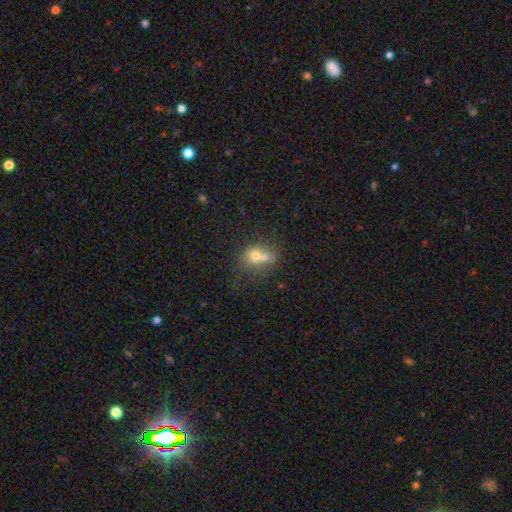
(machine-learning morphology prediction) Smooth or featured? Predicted: smooth (p=0.67). How rounded? Predicted: round (p=0.69). Merging? Predicted: merger (p=0.62).